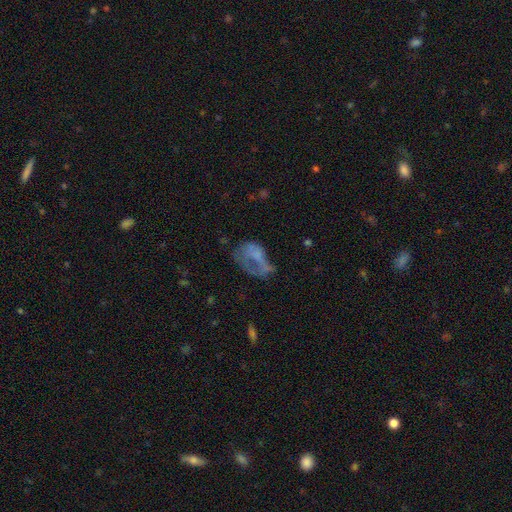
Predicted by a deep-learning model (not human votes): Smooth or featured?
  - smooth: 43% *
  - featured or disk: 42%
  - star or artifact: 15%
Merging?
  - major disturbance: 47% *
  - none: 26%
  - minor disturbance: 20%
  - merger: 8%